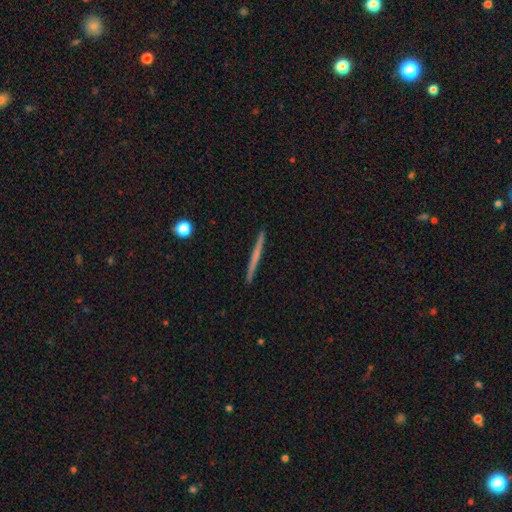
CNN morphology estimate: Smooth or featured? featured or disk (47%)
Merging? none (93%)